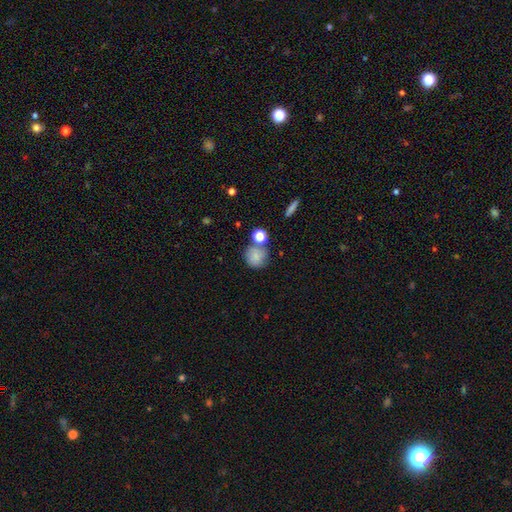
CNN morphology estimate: The model was most divided on "merging": none: 58%, merger: 23%, minor disturbance: 14%, major disturbance: 5%. More confident: how rounded — round (87%); smooth or featured — smooth (81%).